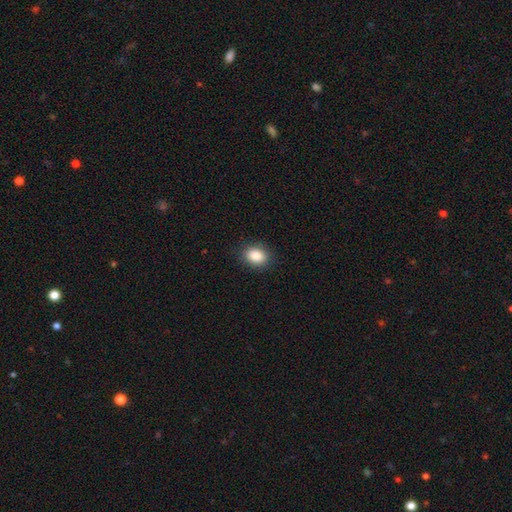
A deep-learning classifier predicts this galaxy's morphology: smooth-or-featured: smooth: 87% | star or artifact: 9% | featured or disk: 5%
  how-rounded: in between: 62% | round: 37% | cigar-shaped: 1%
  merging: none: 89% | minor disturbance: 8% | major disturbance: 2% | merger: 1%